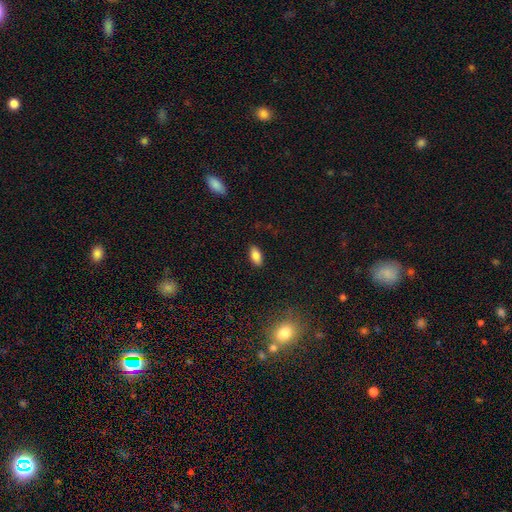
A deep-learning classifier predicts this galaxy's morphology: Smooth or featured? Predicted: smooth (p=0.84). How rounded? Predicted: in between (p=0.91). Merging? Predicted: none (p=0.88).